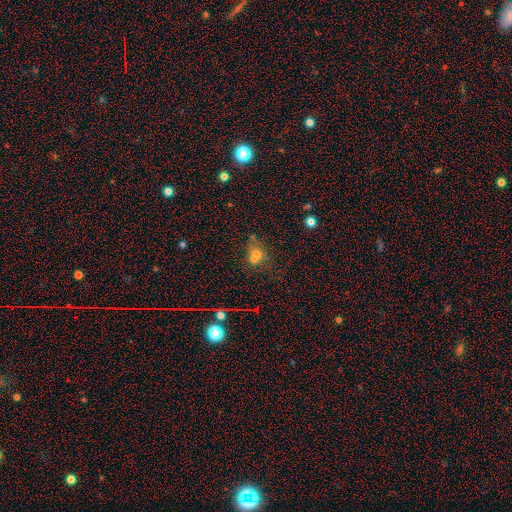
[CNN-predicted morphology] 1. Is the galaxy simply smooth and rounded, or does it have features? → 58% smooth, 22% star or artifact, 20% featured or disk.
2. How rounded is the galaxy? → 54% round, 44% in between, 2% cigar-shaped.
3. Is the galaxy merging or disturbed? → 48% merger, 31% none, 12% minor disturbance, 9% major disturbance.